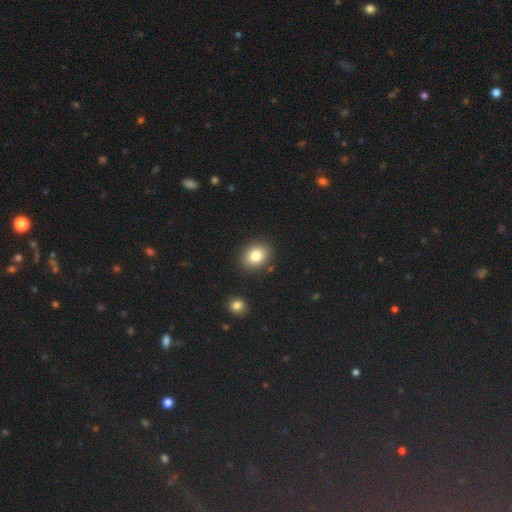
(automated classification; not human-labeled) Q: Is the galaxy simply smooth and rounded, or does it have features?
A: smooth — 83%.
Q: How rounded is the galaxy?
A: in between — 54%.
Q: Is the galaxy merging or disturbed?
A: none — 87%.